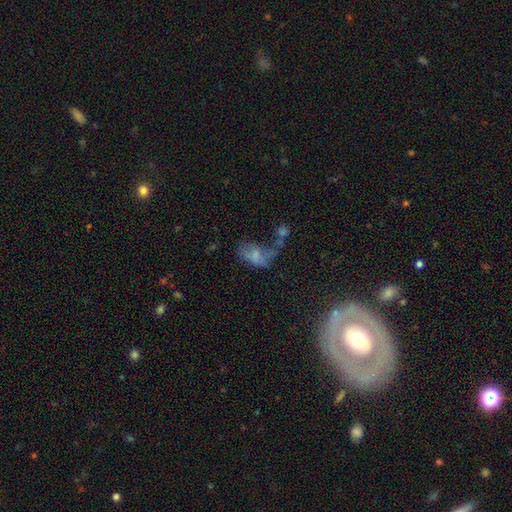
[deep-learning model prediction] Q: Smooth or featured?
A: smooth (58%); runner-up: featured or disk (26%)
Q: How rounded?
A: in between (89%); runner-up: round (8%)
Q: Merging?
A: major disturbance (37%); runner-up: merger (24%)